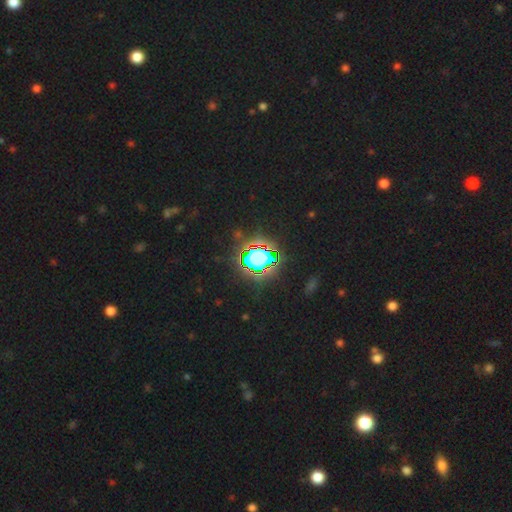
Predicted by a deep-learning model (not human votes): Smooth or featured? star or artifact (70%)